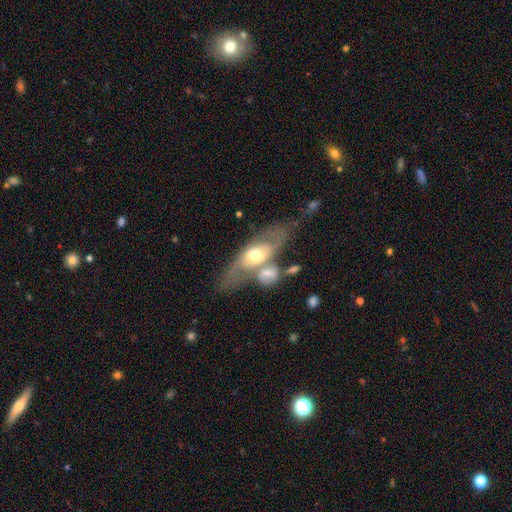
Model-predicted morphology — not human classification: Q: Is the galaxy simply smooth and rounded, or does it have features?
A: featured or disk — 63%.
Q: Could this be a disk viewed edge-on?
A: no — 78%.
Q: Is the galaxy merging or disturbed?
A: merger — 41%.